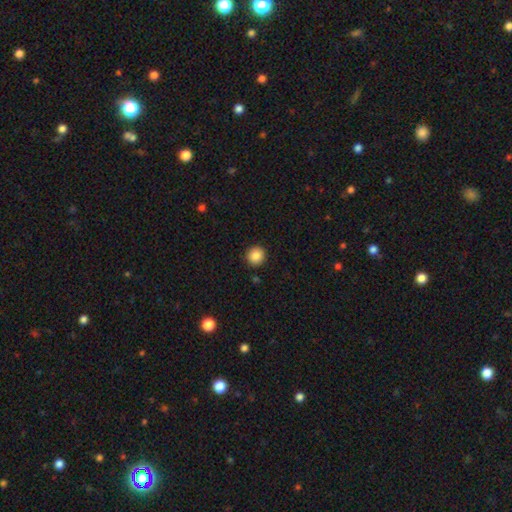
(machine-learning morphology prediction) Smooth or featured? Predicted: smooth (p=0.87). How rounded? Predicted: round (p=0.93). Merging? Predicted: none (p=0.92).